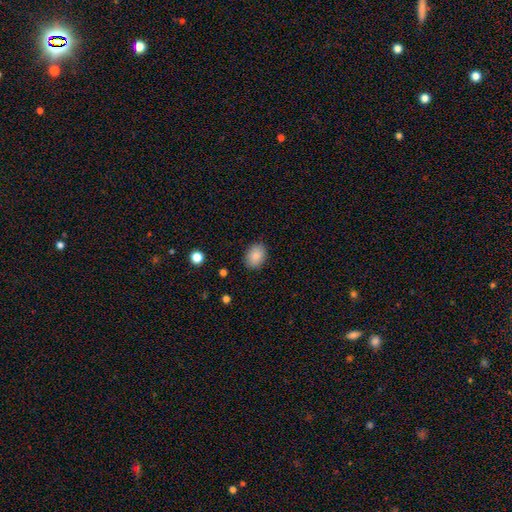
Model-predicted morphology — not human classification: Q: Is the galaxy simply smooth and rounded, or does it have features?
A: smooth — 88%.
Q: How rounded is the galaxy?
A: in between — 71%.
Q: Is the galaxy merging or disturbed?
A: none — 88%.